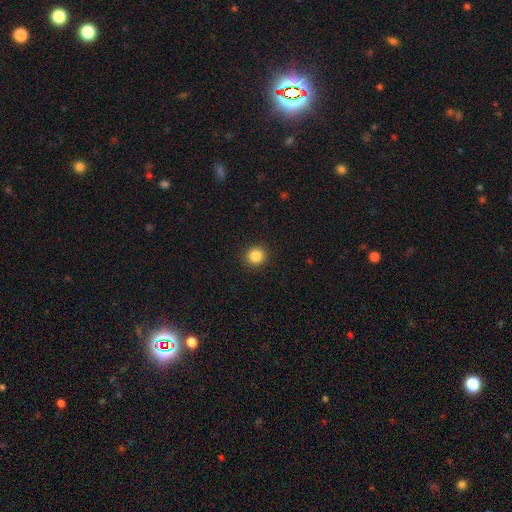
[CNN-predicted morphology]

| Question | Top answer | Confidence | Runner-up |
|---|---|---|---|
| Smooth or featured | smooth | 86% | star or artifact (11%) |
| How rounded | round | 92% | in between (7%) |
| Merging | none | 92% | minor disturbance (5%) |